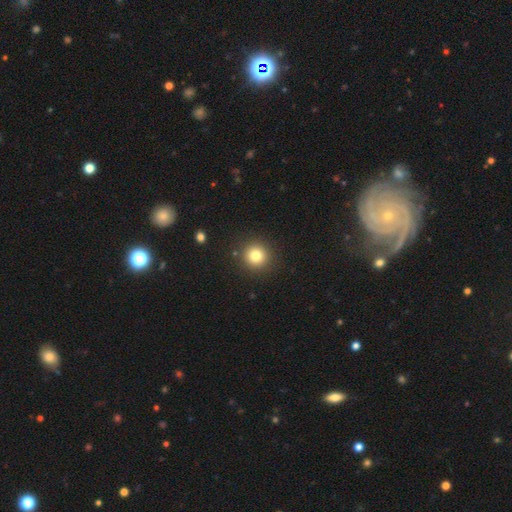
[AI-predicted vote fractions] This is likely a smooth galaxy (80%). How rounded: clearly round (94%). Merging: clearly none (89%).